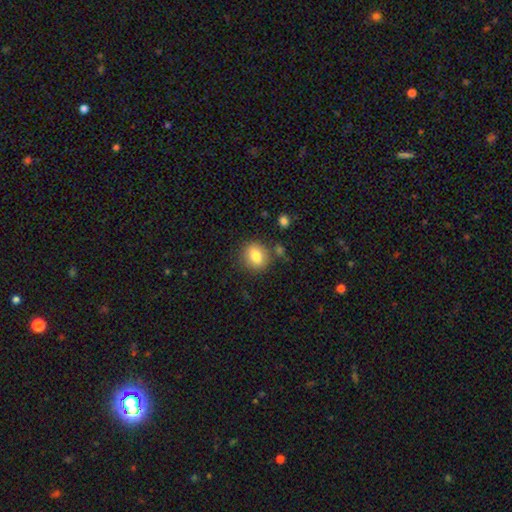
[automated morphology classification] This appears to be a smooth galaxy with no disk features (81%) that is round (71%). Merging: none (82%).